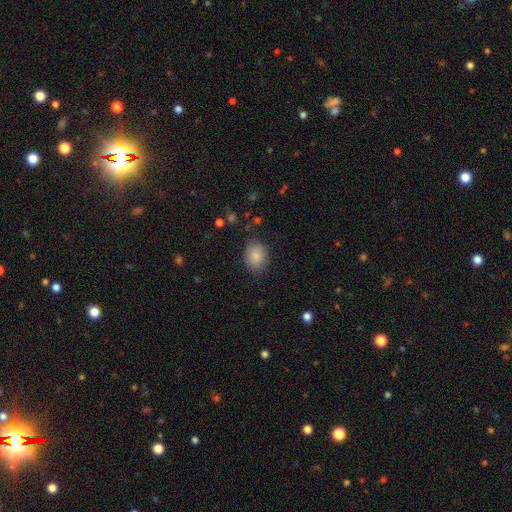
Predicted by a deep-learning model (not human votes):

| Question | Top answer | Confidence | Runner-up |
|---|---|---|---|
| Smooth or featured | smooth | 86% | star or artifact (8%) |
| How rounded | in between | 64% | round (35%) |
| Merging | none | 81% | minor disturbance (14%) |